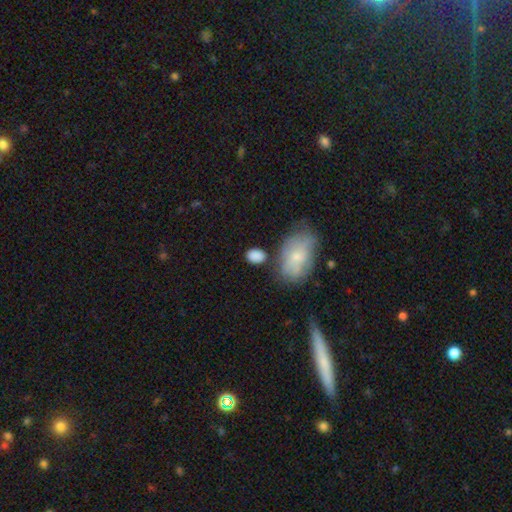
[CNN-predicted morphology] smooth 85%, featured or disk 8%, star or artifact 8%. Down the decision tree: how rounded — in between (77%); merging — none (68%).